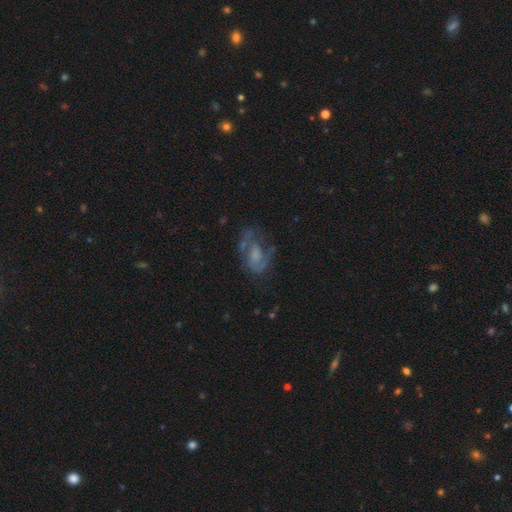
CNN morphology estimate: This is likely a featured or disk galaxy (67%). It is clearly not viewed edge-on (97%). Bar: likely no (64%). Spiral arm pattern: likely yes (73%). Central bulge: marginally moderate (32%). Merging: possibly none (47%).